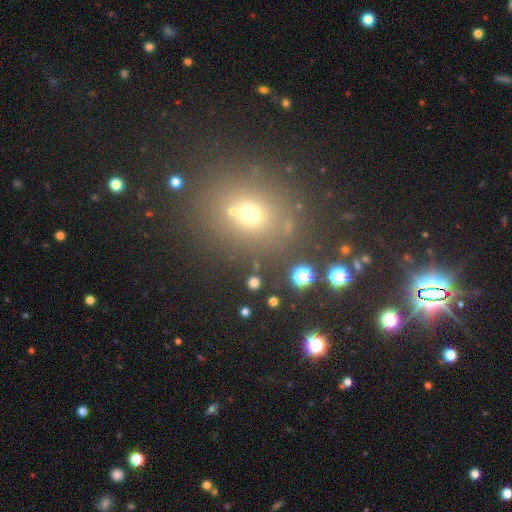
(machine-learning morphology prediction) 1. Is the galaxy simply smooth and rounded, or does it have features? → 50% smooth, 37% star or artifact, 13% featured or disk.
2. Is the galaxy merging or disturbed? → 82% none, 9% minor disturbance, 5% major disturbance, 4% merger.